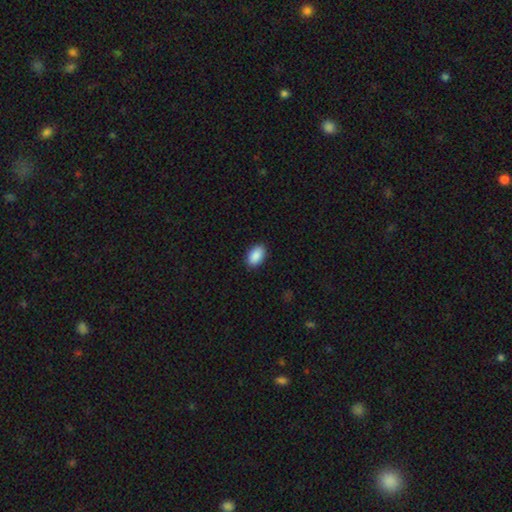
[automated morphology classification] A smooth galaxy with no disk features (90%) that is in between round and cigar-shaped (93%). Merging: none (89%).